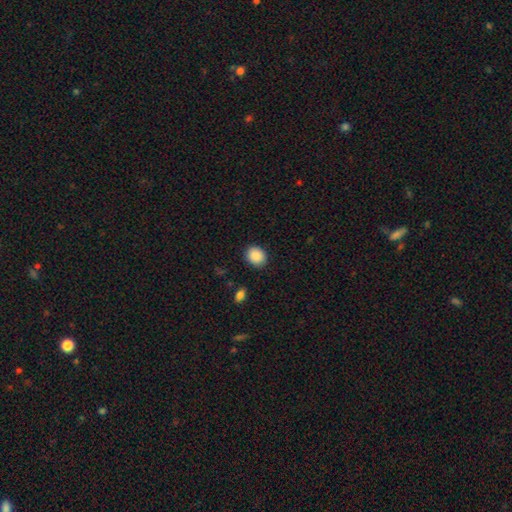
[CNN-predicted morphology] A smooth galaxy with no disk features (89%) that is round (57%). Merging: none (88%).